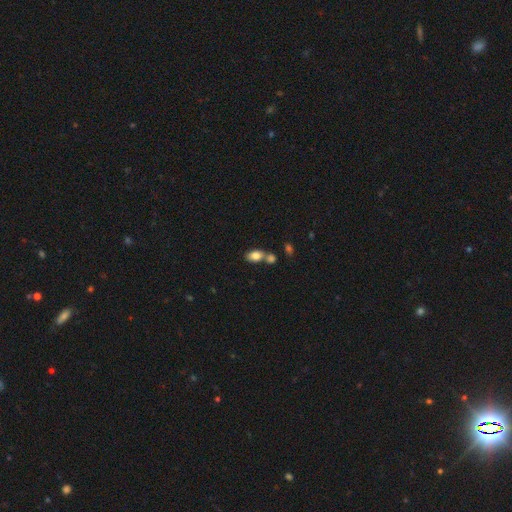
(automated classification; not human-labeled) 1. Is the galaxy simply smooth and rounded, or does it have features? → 83% smooth, 9% featured or disk, 8% star or artifact.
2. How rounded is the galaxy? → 87% in between, 11% round, 2% cigar-shaped.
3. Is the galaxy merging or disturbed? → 50% none, 35% merger, 11% minor disturbance, 4% major disturbance.